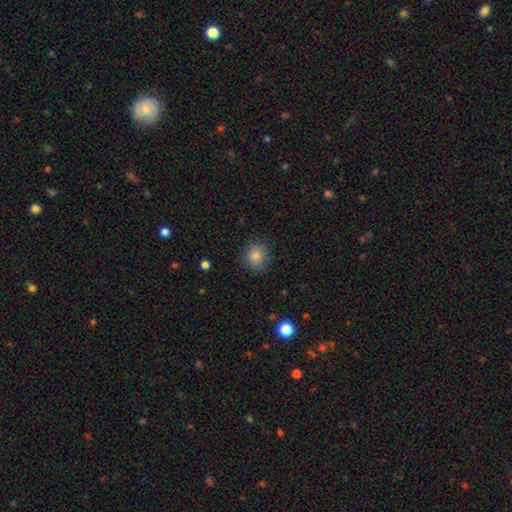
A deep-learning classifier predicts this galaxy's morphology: This appears to be a smooth galaxy with no disk features (84%) that is round (82%). Merging: none (84%).